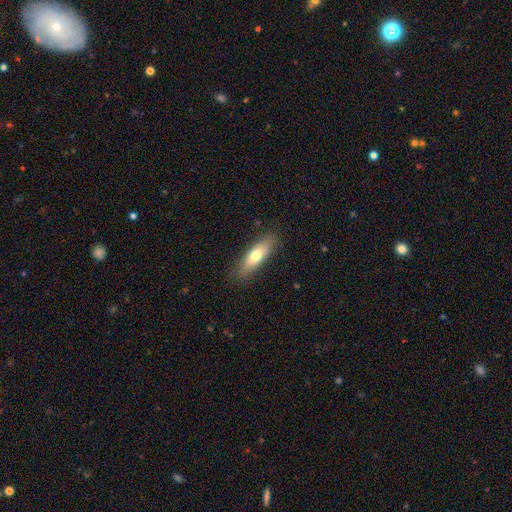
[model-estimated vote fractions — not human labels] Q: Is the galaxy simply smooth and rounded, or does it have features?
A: smooth — 69%.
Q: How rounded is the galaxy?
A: in between — 52%.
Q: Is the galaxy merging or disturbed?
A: none — 84%.